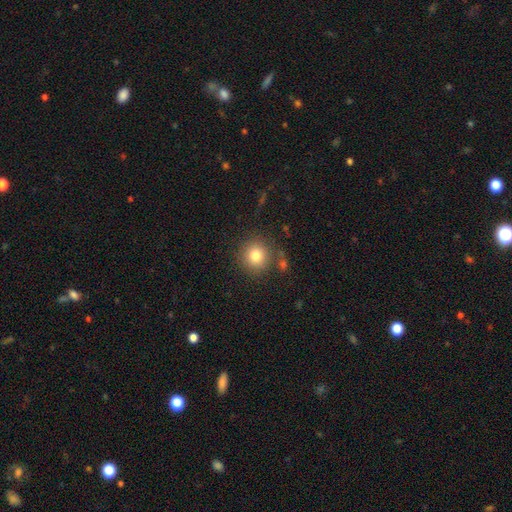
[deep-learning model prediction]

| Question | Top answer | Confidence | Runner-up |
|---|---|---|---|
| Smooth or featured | smooth | 81% | star or artifact (12%) |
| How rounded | round | 92% | in between (8%) |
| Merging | none | 83% | minor disturbance (9%) |